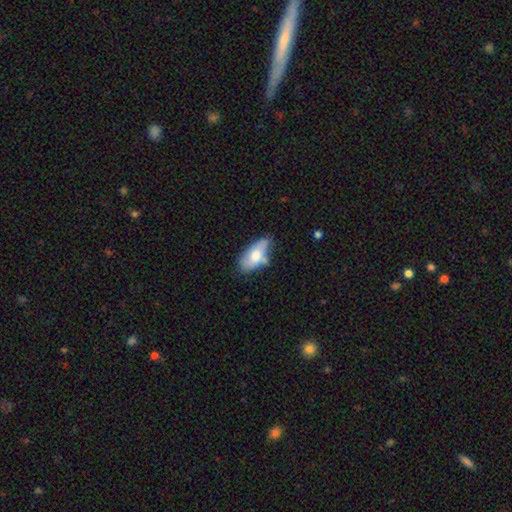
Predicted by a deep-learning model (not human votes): Overall: smooth (68%). How rounded: in between (88%). Merging: none (45%; minor disturbance 31%).